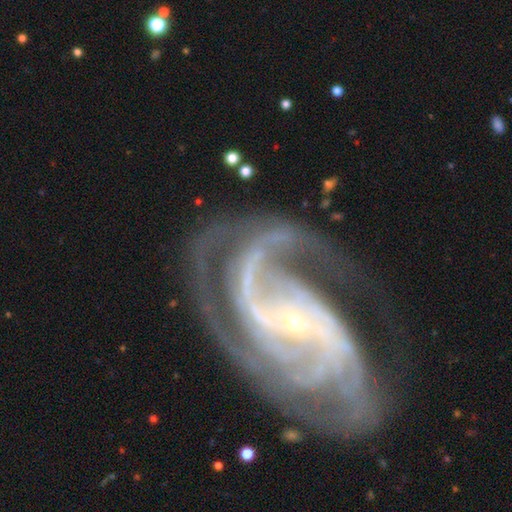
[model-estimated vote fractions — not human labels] A featured or disk galaxy (92%) with a strong bar (37%), 2 (36%) medium (53%) spiral arms (98%) and a small central bulge (90%).

Vote fractions:
- Smooth or featured? featured or disk: 92% / star or artifact: 5% / smooth: 3%
- Edge-on disk? no: 98% / yes: 2%
- Bar? strong: 37% / no: 32% / weak: 31%
- Spiral arms? yes: 98% / no: 2%
- Spiral winding? medium: 53% / tight: 29% / loose: 18%
- Spiral arm count? 2: 36% / 3: 25% / 4: 12% / can't tell: 12% / more than 4: 8% / 1: 8%
- Bulge size? small: 90% / moderate: 5% / none: 2% / large: 1% / dominant: 1%
- Merging? none: 58% / major disturbance: 20% / minor disturbance: 18% / merger: 4%